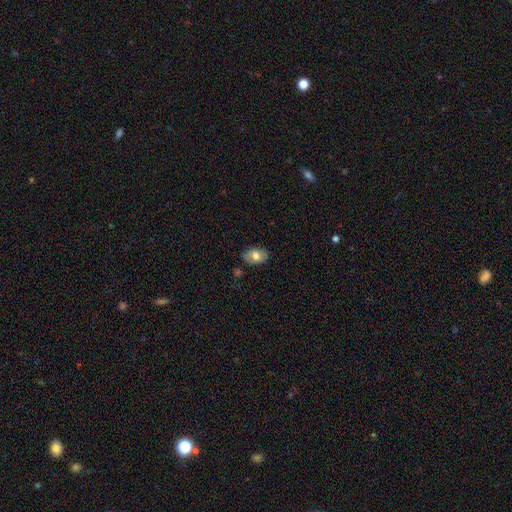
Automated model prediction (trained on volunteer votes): Morphology: type=smooth (71%); roundness=in between (84%); merging=none (81%).